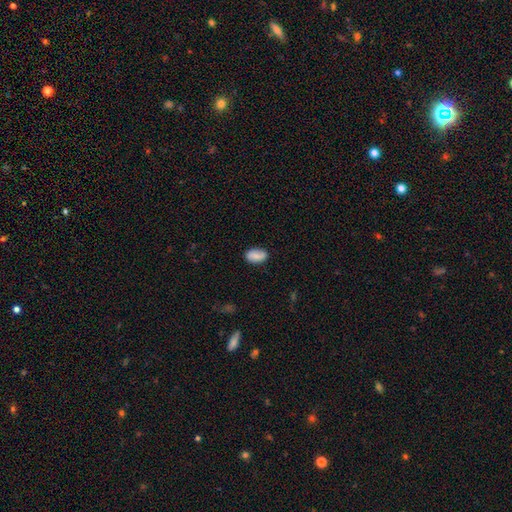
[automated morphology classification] type=smooth (77%); roundness=in between (91%); merging=none (82%).